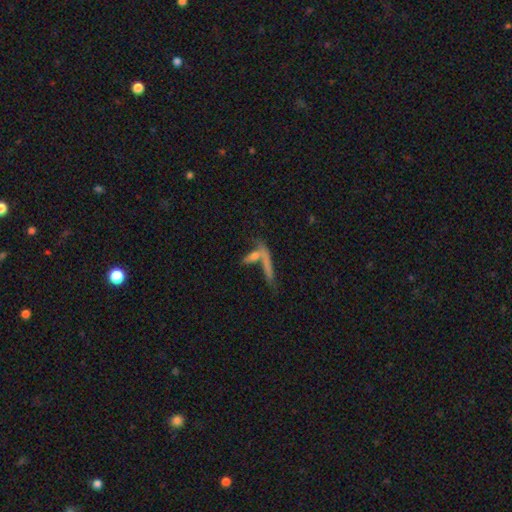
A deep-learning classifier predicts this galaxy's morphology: Smooth or featured?
  - featured or disk: 38% *
  - smooth: 34%
  - star or artifact: 29%
Merging?
  - none: 40% *
  - merger: 34%
  - major disturbance: 14%
  - minor disturbance: 12%